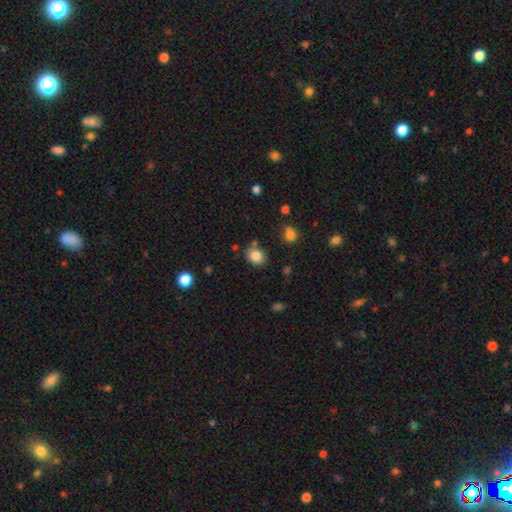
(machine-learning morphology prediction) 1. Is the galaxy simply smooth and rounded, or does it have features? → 84% smooth, 10% star or artifact, 6% featured or disk.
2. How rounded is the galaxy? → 50% in between, 49% round, 1% cigar-shaped.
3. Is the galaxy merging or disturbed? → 78% none, 13% minor disturbance, 6% merger, 3% major disturbance.